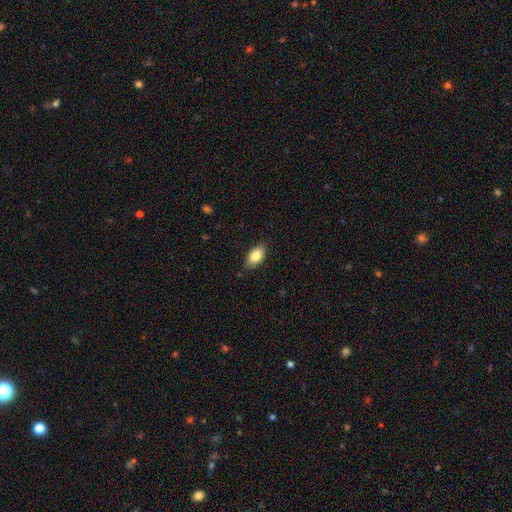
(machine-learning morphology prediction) Q: Smooth or featured?
A: smooth (81%); runner-up: featured or disk (12%)
Q: How rounded?
A: in between (90%); runner-up: round (5%)
Q: Merging?
A: none (83%); runner-up: minor disturbance (14%)